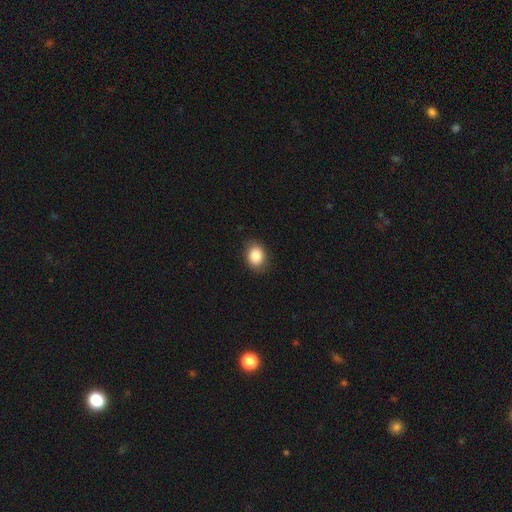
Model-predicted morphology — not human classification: Smooth or featured? smooth (86%)
How rounded? in between (58%)
Merging? none (86%)